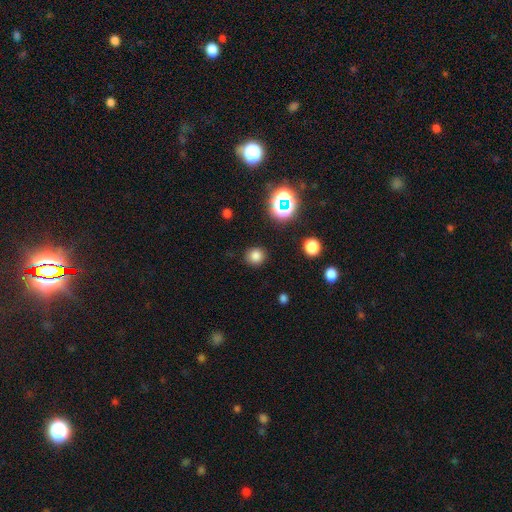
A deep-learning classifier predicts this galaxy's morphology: Overall: smooth (76%). How rounded: round (89%). Merging: none (88%).